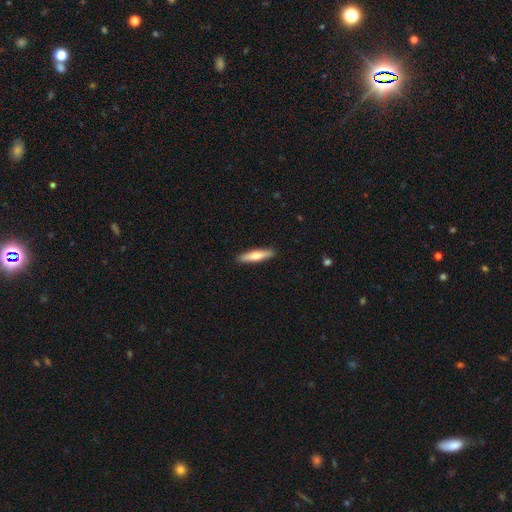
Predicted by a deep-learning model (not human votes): smooth 66%, featured or disk 29%, star or artifact 5%. Down the decision tree: how rounded — cigar-shaped (84%); merging — none (91%).